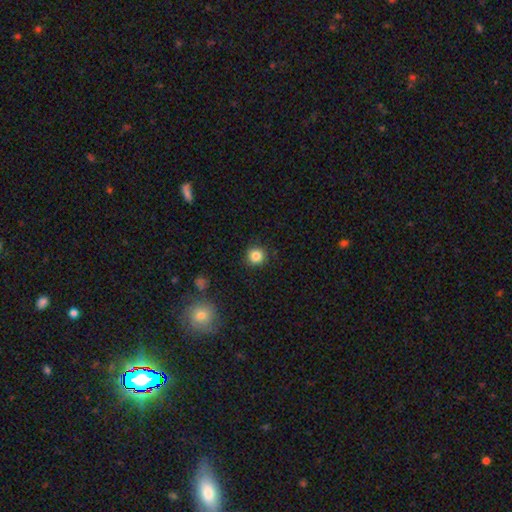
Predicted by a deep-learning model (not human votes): Q: Smooth or featured?
A: smooth (84%); runner-up: star or artifact (11%)
Q: How rounded?
A: round (94%); runner-up: in between (5%)
Q: Merging?
A: none (90%); runner-up: minor disturbance (7%)